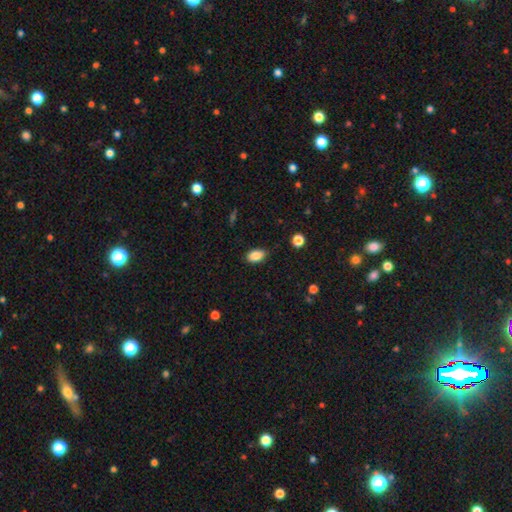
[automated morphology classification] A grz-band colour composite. It shows a smooth galaxy with no disk features (87%) that is in between round and cigar-shaped (90%). Merging: none (82%).